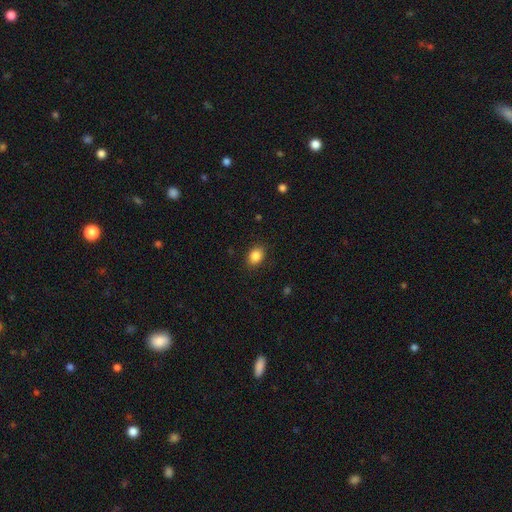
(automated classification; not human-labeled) smooth-or-featured: smooth: 86% | star or artifact: 9% | featured or disk: 5%
  how-rounded: in between: 65% | round: 34% | cigar-shaped: 1%
  merging: none: 88% | minor disturbance: 9% | major disturbance: 2% | merger: 1%